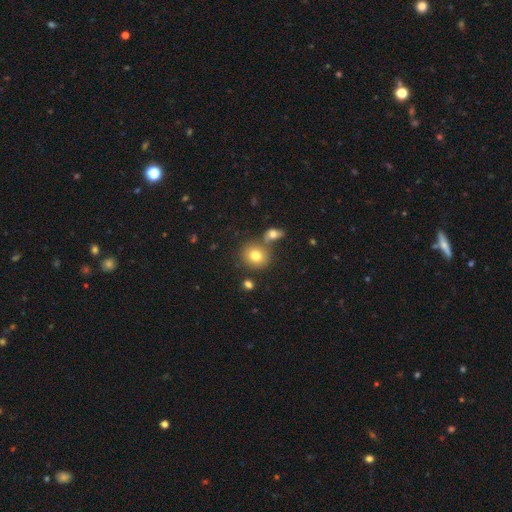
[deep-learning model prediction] smooth_or_featured: smooth (p=0.77) [alt: featured or disk p=0.12]
how_rounded: round (p=0.78) [alt: in between p=0.21]
merging: none (p=0.66) [alt: merger p=0.21]